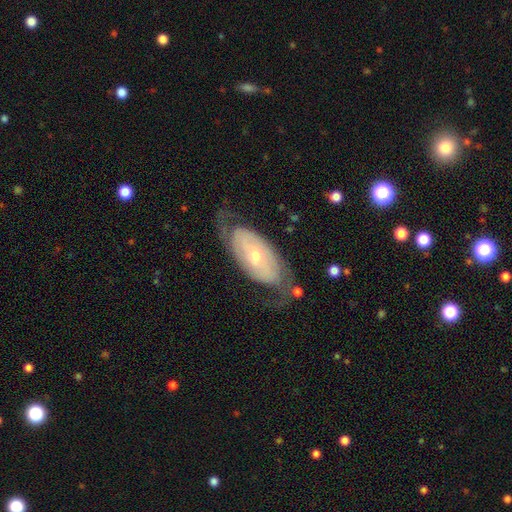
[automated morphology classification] smooth-or-featured: featured or disk: 78% | smooth: 16% | star or artifact: 6%
  disk-edge-on: no: 91% | yes: 9%
    bar: no: 57% | weak: 31% | strong: 13%
    has-spiral-arms: yes: 87% | no: 13%
      spiral-winding: tight: 44% | medium: 35% | loose: 21%
      spiral-arm-count: 2: 74% | can't tell: 18% | 3: 3% | 1: 3% | 4: 1% | more than 4: 1%
    bulge-size: small: 54% | moderate: 42% | large: 2% | none: 1% | dominant: 1%
  merging: none: 66% | minor disturbance: 18% | major disturbance: 14% | merger: 2%